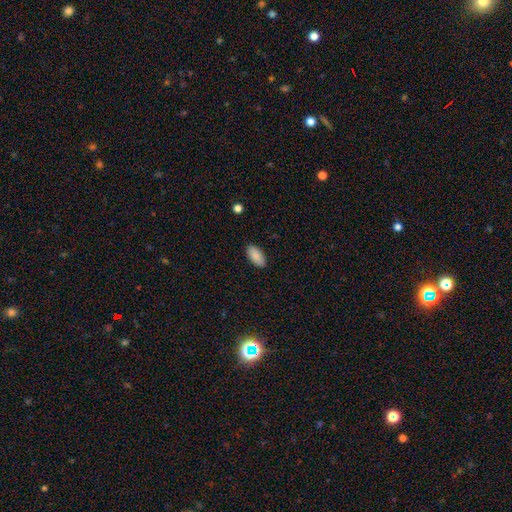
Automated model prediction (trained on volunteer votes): Smooth or featured: smooth — 89% (star or artifact — 6%)
How rounded: in between — 94% (cigar-shaped — 4%)
Merging: none — 89% (minor disturbance — 8%)